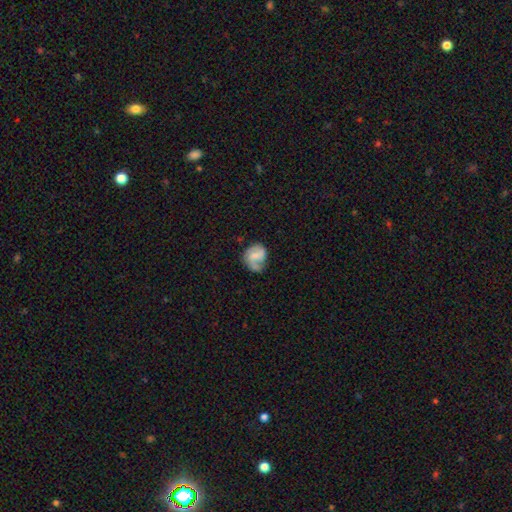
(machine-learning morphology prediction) This is likely a featured or disk galaxy (62%). It is clearly not viewed edge-on (98%). Bar: possibly weak (47%). Spiral arm pattern: clearly yes (89%). Spiral arm count: likely 2 (69%). Spiral winding: possibly medium (46%). Central bulge: possibly small (49%). Merging: possibly none (54%).